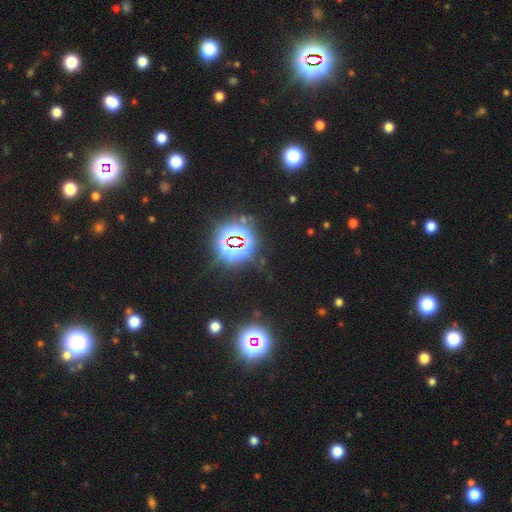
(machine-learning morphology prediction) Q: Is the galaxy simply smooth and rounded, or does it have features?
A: star or artifact — 82%.